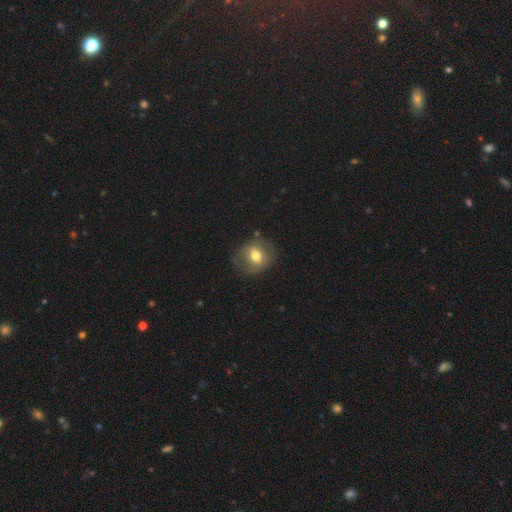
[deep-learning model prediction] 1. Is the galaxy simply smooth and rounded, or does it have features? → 59% smooth, 33% featured or disk, 8% star or artifact.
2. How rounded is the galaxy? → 64% round, 35% in between, 1% cigar-shaped.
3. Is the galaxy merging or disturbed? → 71% none, 19% minor disturbance, 8% major disturbance, 2% merger.